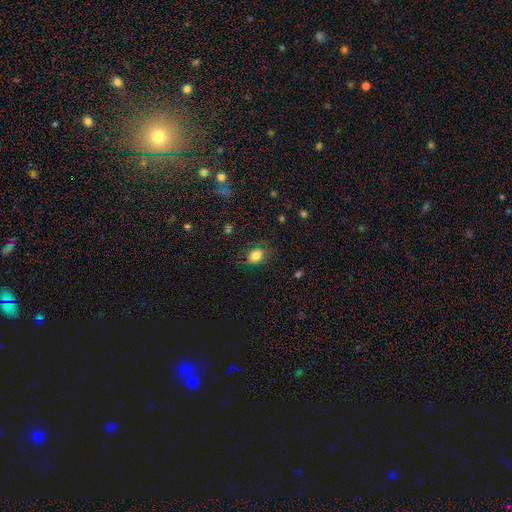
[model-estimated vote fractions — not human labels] Smooth or featured: smooth — 79% (star or artifact — 11%)
How rounded: in between — 52% (round — 47%)
Merging: none — 76% (minor disturbance — 17%)